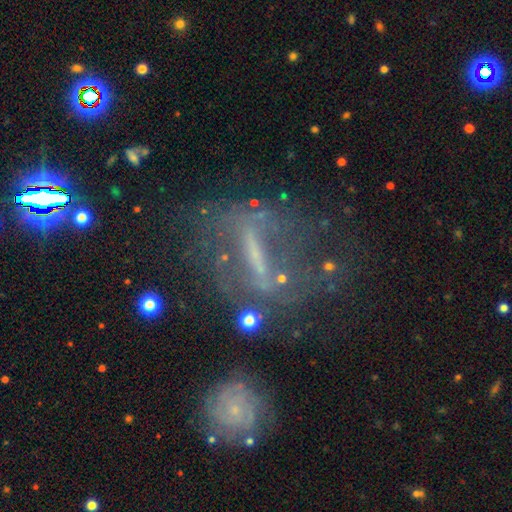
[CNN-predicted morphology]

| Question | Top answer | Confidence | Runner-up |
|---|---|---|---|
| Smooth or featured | featured or disk | 58% | star or artifact (23%) |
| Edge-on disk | no | 71% | yes (29%) |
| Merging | none | 49% | major disturbance (28%) |